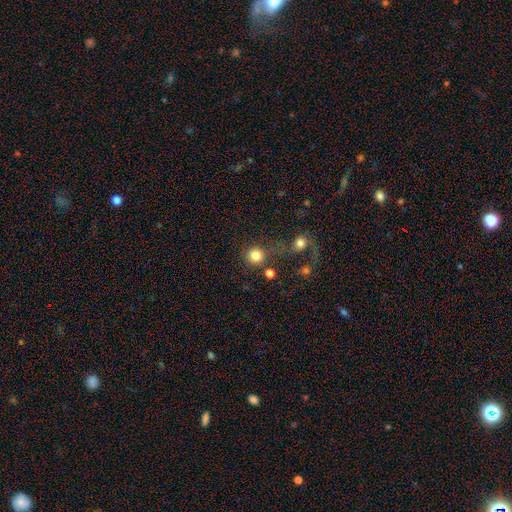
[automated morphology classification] smooth_or_featured: smooth (p=0.83) [alt: star or artifact p=0.10]
how_rounded: round (p=0.93) [alt: in between p=0.06]
merging: none (p=0.72) [alt: merger p=0.14]